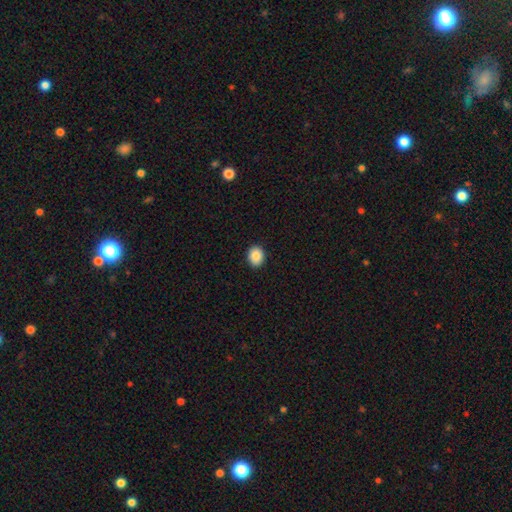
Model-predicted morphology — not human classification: A smooth galaxy with no disk features (87%) that is round (55%). Merging: none (92%).